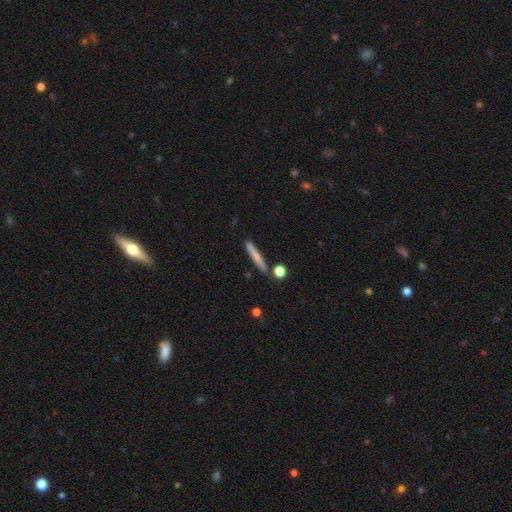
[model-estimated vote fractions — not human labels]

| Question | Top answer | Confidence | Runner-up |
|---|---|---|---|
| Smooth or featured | smooth | 70% | featured or disk (24%) |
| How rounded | cigar-shaped | 93% | in between (4%) |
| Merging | none | 83% | minor disturbance (10%) |